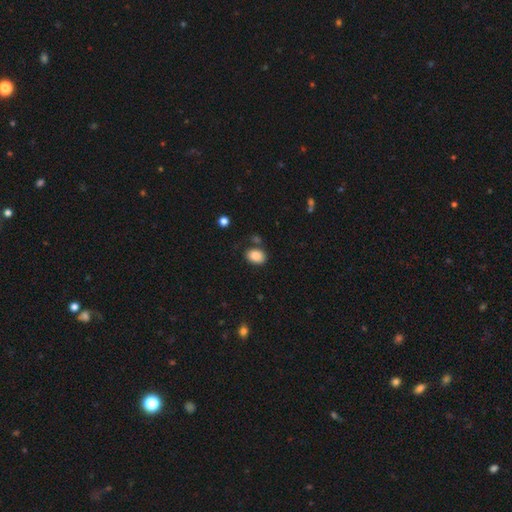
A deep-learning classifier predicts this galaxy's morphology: Overall: smooth (85%). How rounded: in between (75%). Merging: none (76%).